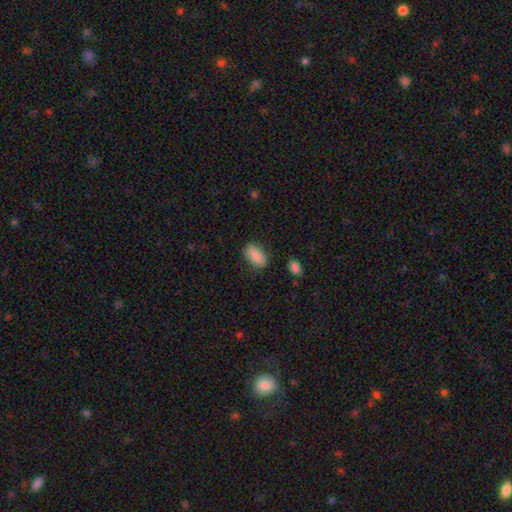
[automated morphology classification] Overall: smooth (85%). How rounded: in between (87%). Merging: none (80%).